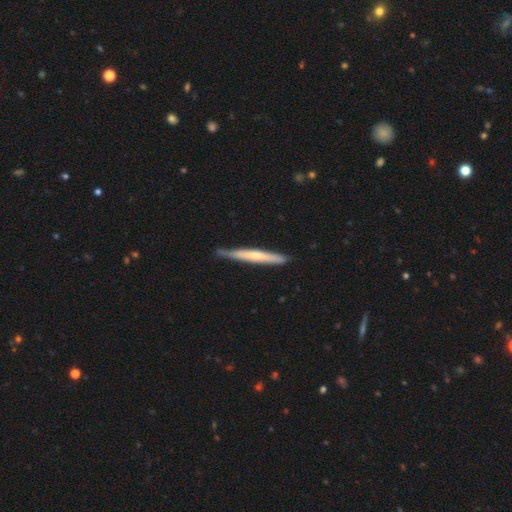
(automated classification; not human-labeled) smooth 48%, featured or disk 47%, star or artifact 5%. Down the decision tree: merging — none (80%).